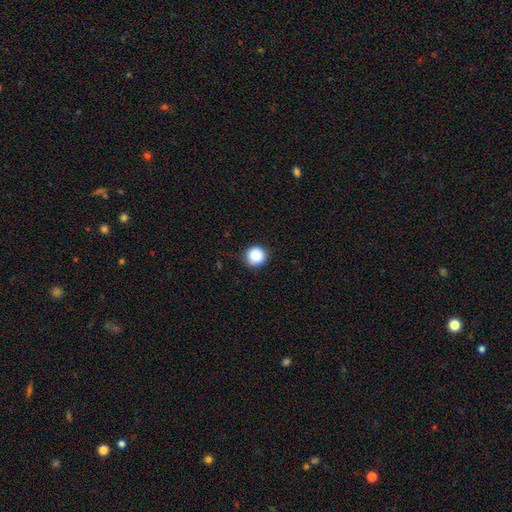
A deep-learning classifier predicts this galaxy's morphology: Smooth or featured: smooth — 87% (star or artifact — 9%)
How rounded: round — 95% (in between — 4%)
Merging: none — 88% (minor disturbance — 9%)